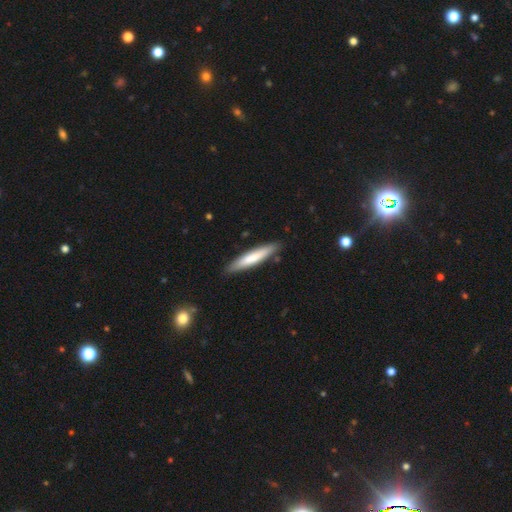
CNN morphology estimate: This is likely a smooth galaxy (71%). How rounded: clearly cigar-shaped (89%). Merging: clearly none (87%).